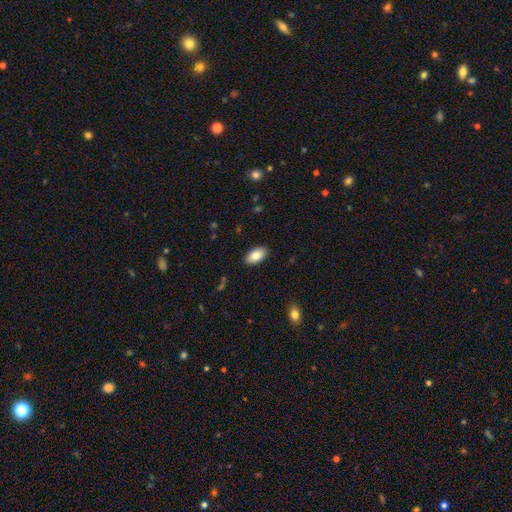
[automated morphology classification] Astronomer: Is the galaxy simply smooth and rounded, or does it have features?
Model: smooth — 84%.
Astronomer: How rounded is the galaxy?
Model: in between — 94%.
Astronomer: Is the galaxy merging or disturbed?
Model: none — 89%.